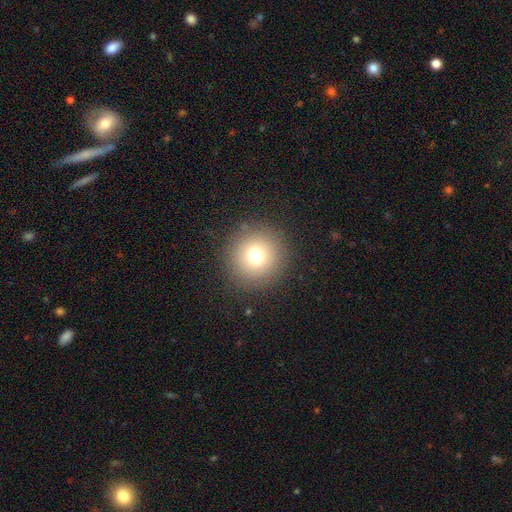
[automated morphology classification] smooth-or-featured: smooth: 74% | star or artifact: 15% | featured or disk: 11%
  how-rounded: round: 95% | in between: 4% | cigar-shaped: 1%
  merging: none: 89% | minor disturbance: 6% | major disturbance: 3% | merger: 1%